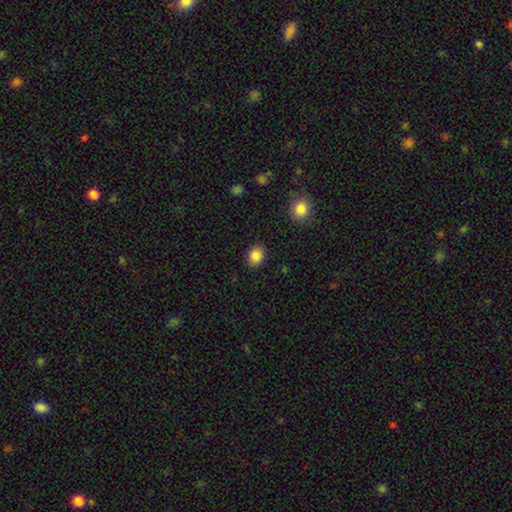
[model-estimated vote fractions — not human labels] Overall: smooth (86%). How rounded: in between (51%; round 48%). Merging: none (89%).